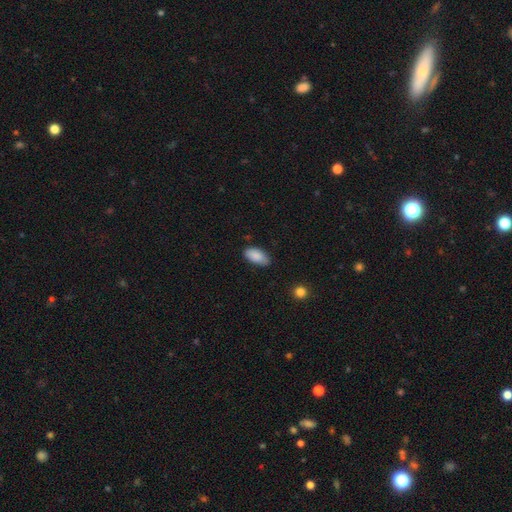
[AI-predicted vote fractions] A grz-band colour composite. It shows a smooth galaxy with no disk features (88%) that is in between round and cigar-shaped (94%). Merging: none (77%).